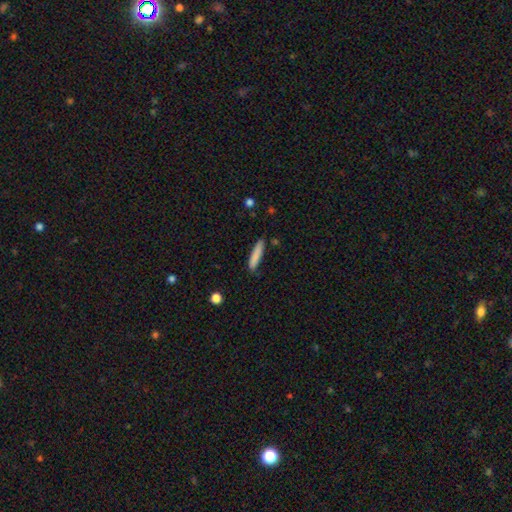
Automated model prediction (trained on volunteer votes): smooth 84%, featured or disk 10%, star or artifact 6%. Down the decision tree: how rounded — cigar-shaped (87%); merging — none (84%).